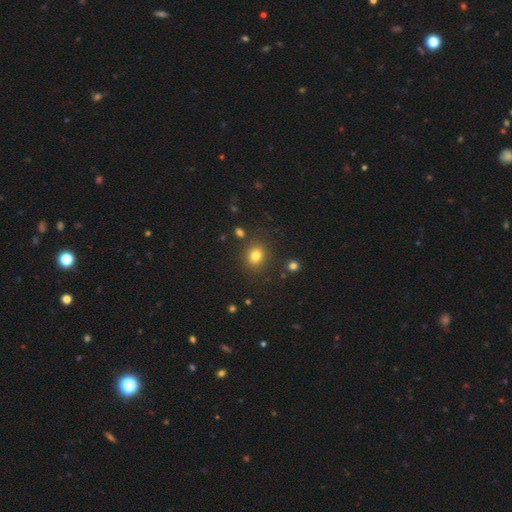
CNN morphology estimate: A smooth galaxy with no disk features (80%) that is round (67%).

Vote fractions:
- Smooth or featured? smooth: 80% / star or artifact: 13% / featured or disk: 7%
- How rounded? round: 67% / in between: 32% / cigar-shaped: 1%
- Merging? none: 84% / minor disturbance: 9% / merger: 4% / major disturbance: 3%